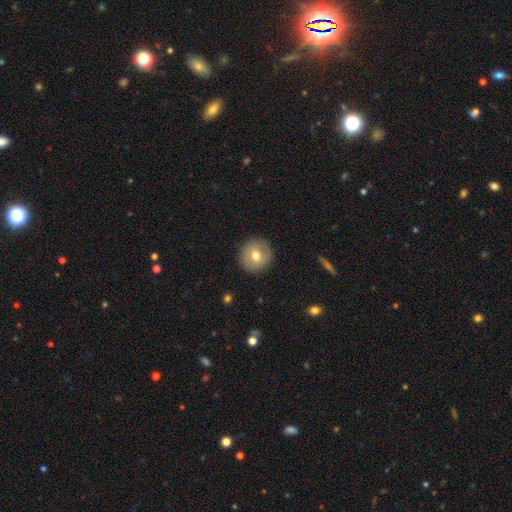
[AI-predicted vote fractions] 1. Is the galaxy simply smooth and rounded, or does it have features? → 66% smooth, 26% featured or disk, 8% star or artifact.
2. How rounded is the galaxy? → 93% round, 6% in between, 1% cigar-shaped.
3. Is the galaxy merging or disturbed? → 90% none, 7% minor disturbance, 2% major disturbance, 1% merger.